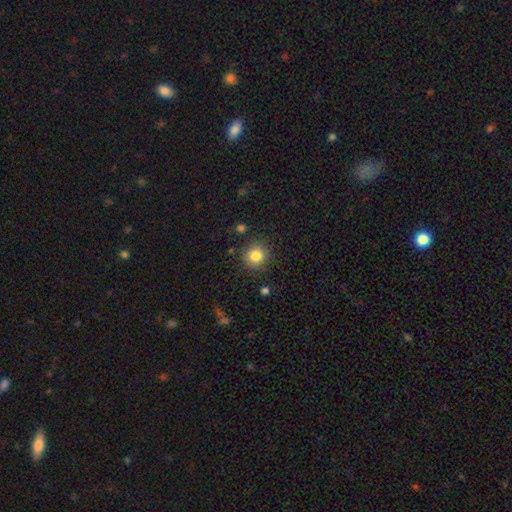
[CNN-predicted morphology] Smooth or featured? Predicted: smooth (p=0.83). How rounded? Predicted: round (p=0.91). Merging? Predicted: none (p=0.88).